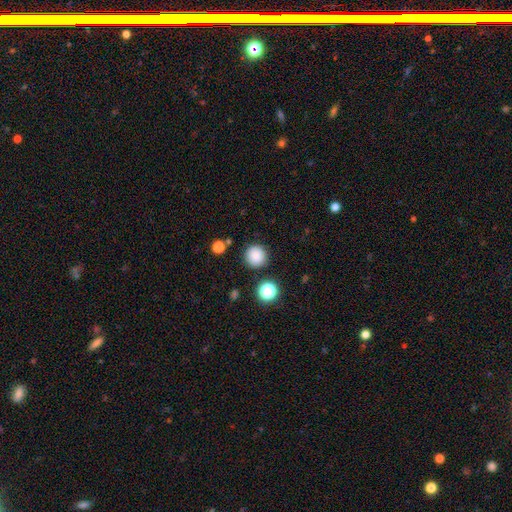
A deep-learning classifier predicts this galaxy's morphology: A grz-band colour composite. It shows a smooth galaxy with no disk features (85%) that is round (95%). Merging: none (88%).